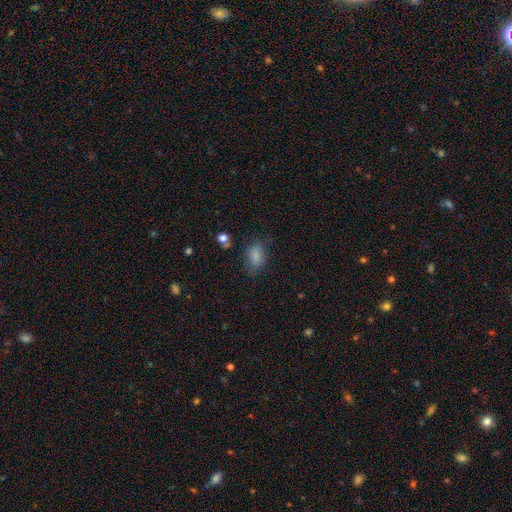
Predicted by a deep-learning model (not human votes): A smooth galaxy with no disk features (81%) that is in between round and cigar-shaped (86%).

Vote fractions:
- Smooth or featured? smooth: 81% / star or artifact: 10% / featured or disk: 9%
- How rounded? in between: 86% / round: 10% / cigar-shaped: 4%
- Merging? none: 67% / minor disturbance: 22% / major disturbance: 9% / merger: 3%